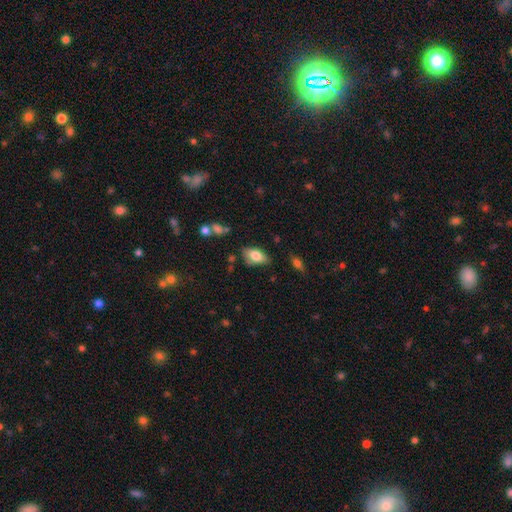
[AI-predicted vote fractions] Morphology: type=smooth (79%); roundness=in between (91%); merging=none (71%).